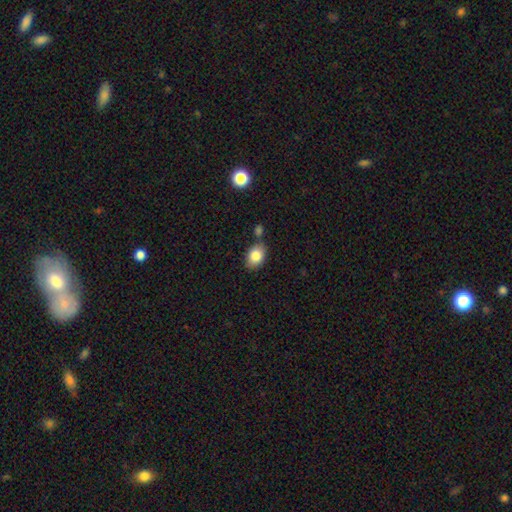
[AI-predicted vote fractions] Morphology: type=smooth (84%); roundness=in between (77%); merging=none (68%).